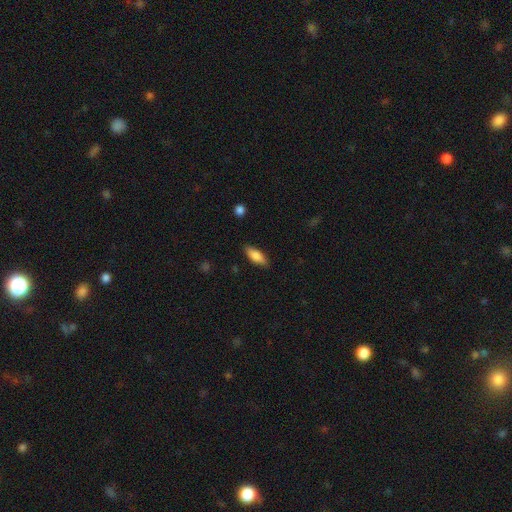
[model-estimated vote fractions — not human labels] Smooth or featured?
  - smooth: 78% *
  - featured or disk: 15%
  - star or artifact: 7%
How rounded?
  - in between: 71% *
  - cigar-shaped: 26%
  - round: 2%
Merging?
  - none: 85% *
  - minor disturbance: 12%
  - major disturbance: 2%
  - merger: 1%